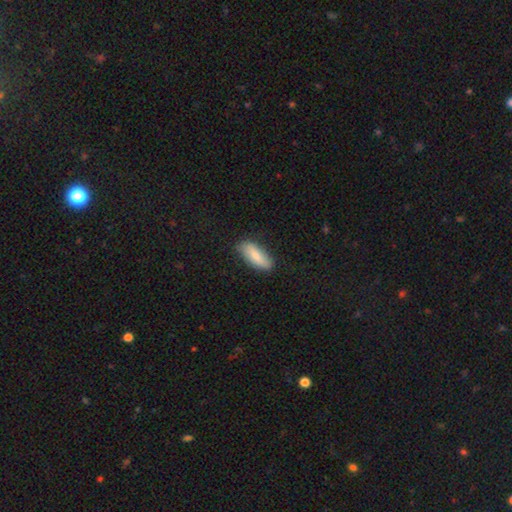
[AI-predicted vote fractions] The model was most divided on "how rounded": in between: 70%, cigar-shaped: 27%, round: 2%. More confident: merging — none (82%); smooth or featured — smooth (79%).